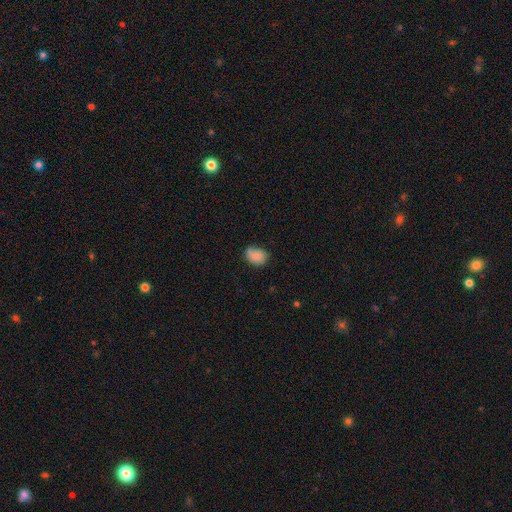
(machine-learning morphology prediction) A smooth galaxy with no disk features (84%) that is in between round and cigar-shaped (65%).

Vote fractions:
- Smooth or featured? smooth: 84% / star or artifact: 9% / featured or disk: 8%
- How rounded? in between: 65% / round: 34% / cigar-shaped: 1%
- Merging? none: 62% / minor disturbance: 30% / major disturbance: 6% / merger: 3%